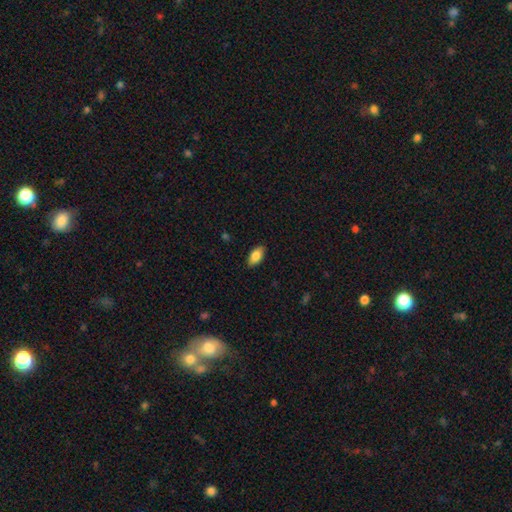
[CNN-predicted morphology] This is clearly a smooth galaxy (83%). How rounded: clearly in between (92%). Merging: clearly none (88%).